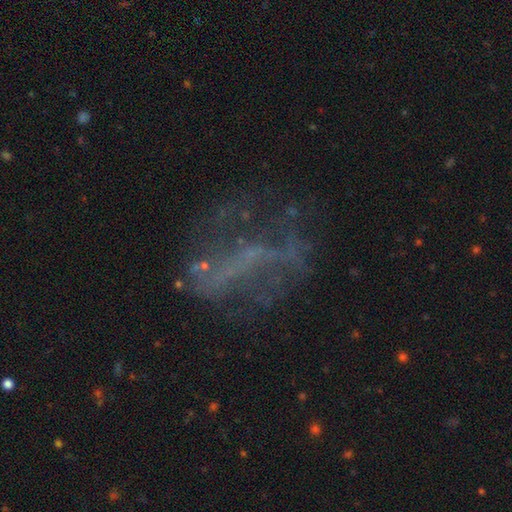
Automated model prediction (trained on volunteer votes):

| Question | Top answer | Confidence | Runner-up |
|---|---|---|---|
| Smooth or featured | featured or disk | 57% | star or artifact (27%) |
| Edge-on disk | no | 93% | yes (7%) |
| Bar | no | 66% | weak (20%) |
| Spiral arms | no | 79% | yes (21%) |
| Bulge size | none | 66% | small (27%) |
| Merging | none | 51% | major disturbance (29%) |